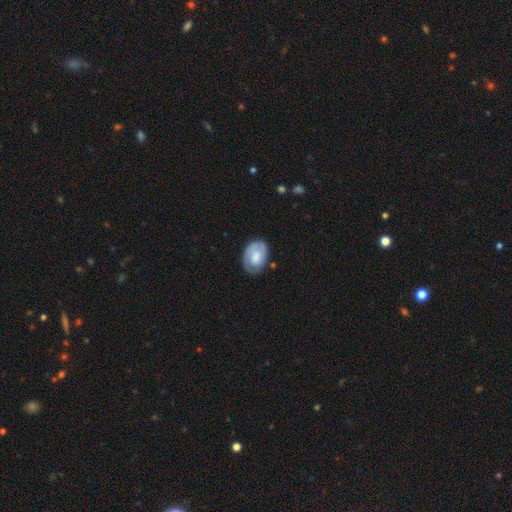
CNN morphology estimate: Smooth or featured? Predicted: smooth (p=0.53). How rounded? Predicted: in between (p=0.82). Merging? Predicted: none (p=0.70).